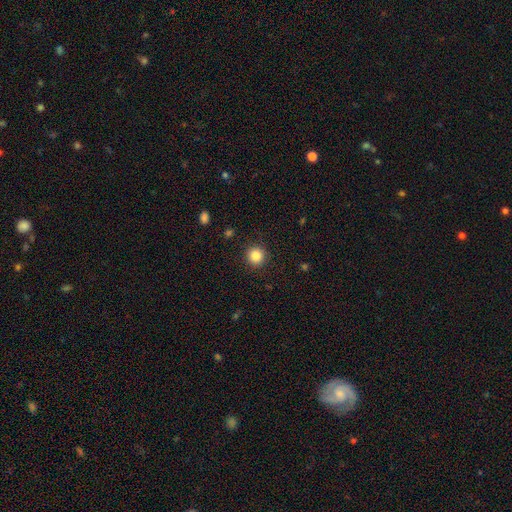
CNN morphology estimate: Smooth or featured?
  - smooth: 85% *
  - star or artifact: 11%
  - featured or disk: 5%
How rounded?
  - round: 94% *
  - in between: 5%
  - cigar-shaped: 1%
Merging?
  - none: 91% *
  - minor disturbance: 5%
  - major disturbance: 2%
  - merger: 1%